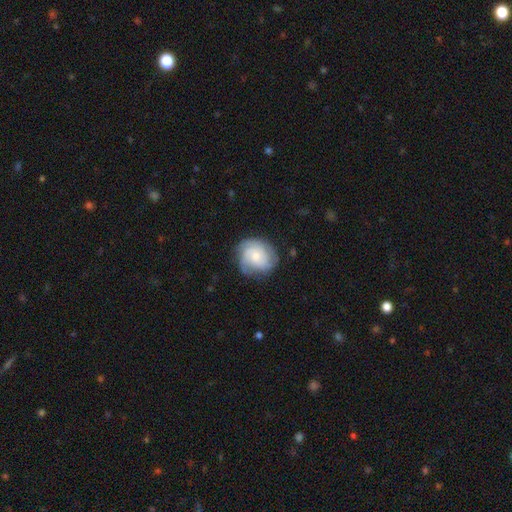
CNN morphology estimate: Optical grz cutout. It shows a featured or disk galaxy (63%) with no bar (74%), 3 (34%) tight (53%) spiral arms (91%) and a moderate central bulge (45%). Merging: none (71%).